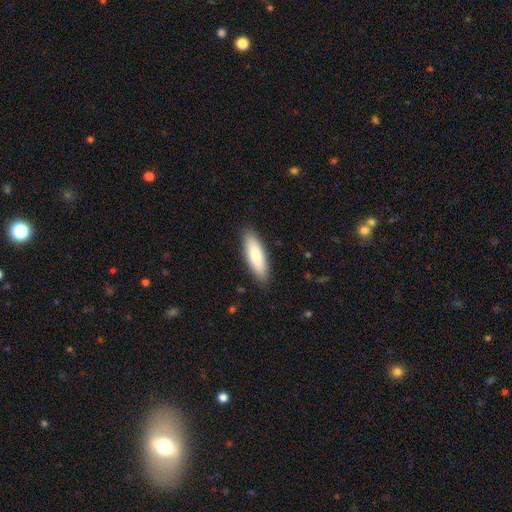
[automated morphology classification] This appears to be a smooth galaxy with no disk features (80%) that is cigar-shaped (52%). Merging: none (89%).